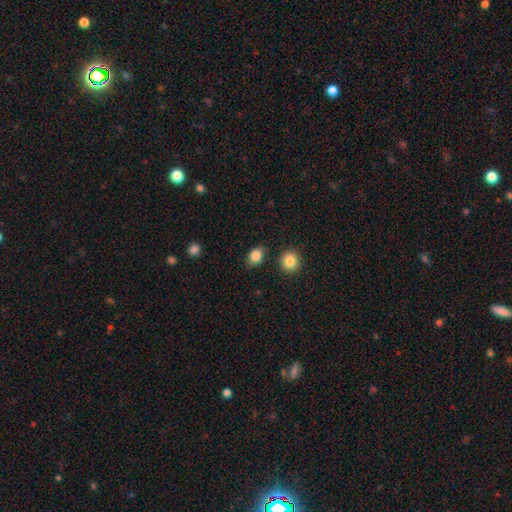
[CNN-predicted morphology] smooth_or_featured: smooth (p=0.86) [alt: star or artifact p=0.09]
how_rounded: in between (p=0.61) [alt: round p=0.38]
merging: none (p=0.79) [alt: minor disturbance p=0.13]